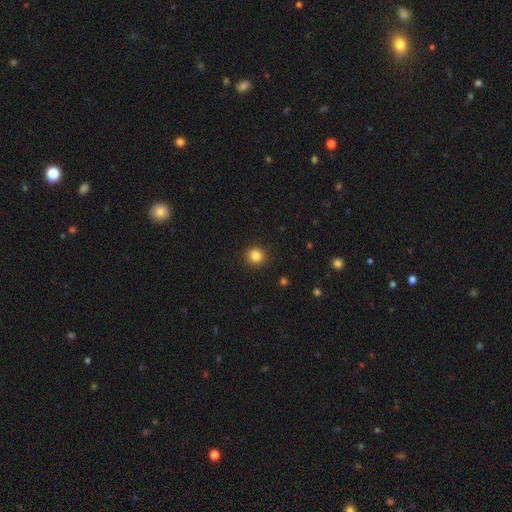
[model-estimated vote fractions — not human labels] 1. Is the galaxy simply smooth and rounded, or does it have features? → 85% smooth, 11% star or artifact, 4% featured or disk.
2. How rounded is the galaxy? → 92% round, 8% in between, 1% cigar-shaped.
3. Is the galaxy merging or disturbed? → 92% none, 5% minor disturbance, 2% major disturbance, 1% merger.